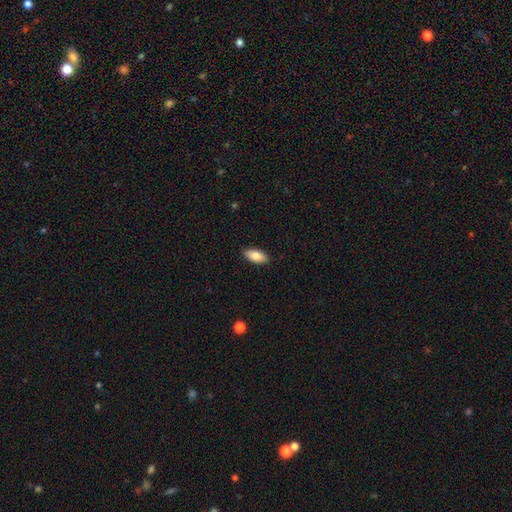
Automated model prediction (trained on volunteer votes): Q: Smooth or featured?
A: smooth (83%); runner-up: featured or disk (11%)
Q: How rounded?
A: in between (88%); runner-up: cigar-shaped (9%)
Q: Merging?
A: none (89%); runner-up: minor disturbance (8%)